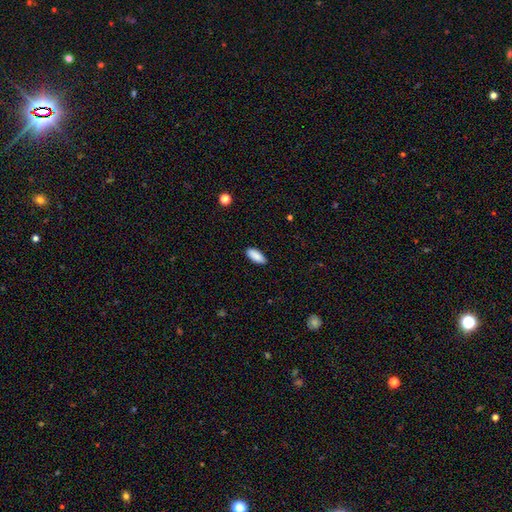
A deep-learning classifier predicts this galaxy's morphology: Q: Smooth or featured?
A: smooth (89%); runner-up: star or artifact (6%)
Q: How rounded?
A: in between (84%); runner-up: cigar-shaped (14%)
Q: Merging?
A: none (89%); runner-up: minor disturbance (8%)